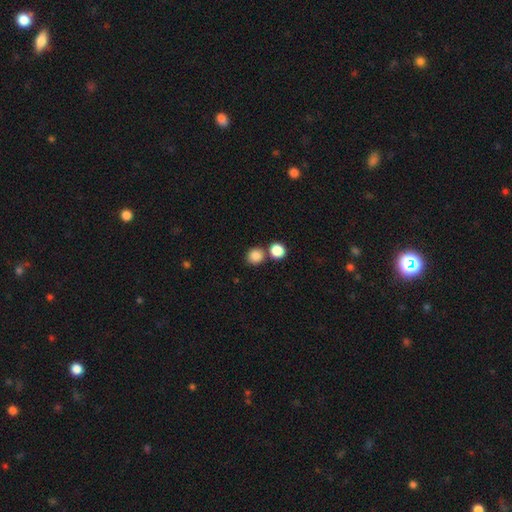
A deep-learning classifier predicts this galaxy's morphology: Smooth or featured: smooth — 85% (star or artifact — 10%)
How rounded: round — 87% (in between — 12%)
Merging: none — 69% (merger — 21%)